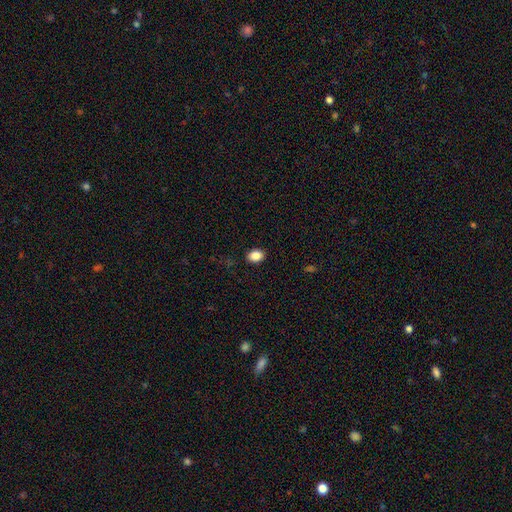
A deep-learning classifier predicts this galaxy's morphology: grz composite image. It shows a smooth galaxy with no disk features (87%) that is in between round and cigar-shaped (66%). Merging: none (89%).